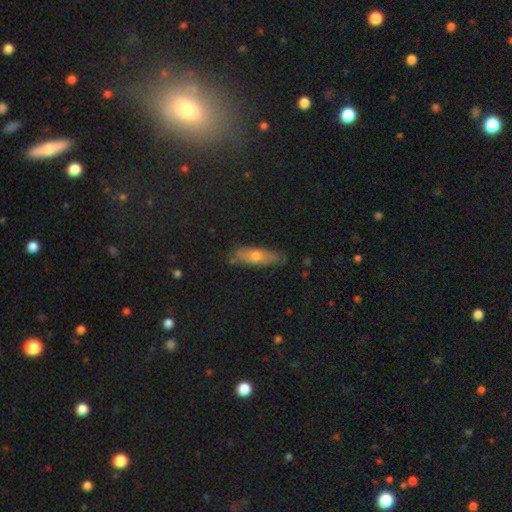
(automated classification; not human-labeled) smooth_or_featured: smooth (p=0.55) [alt: featured or disk p=0.35]
how_rounded: cigar-shaped (p=0.56) [alt: in between p=0.41]
merging: none (p=0.76) [alt: minor disturbance p=0.18]